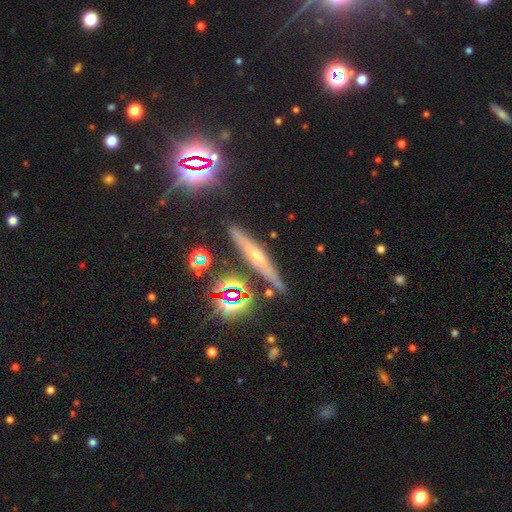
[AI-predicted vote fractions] A featured or disk galaxy (48%).

Vote fractions:
- Smooth or featured? featured or disk: 48% / smooth: 27% / star or artifact: 24%
- Merging? none: 82% / minor disturbance: 11% / merger: 4% / major disturbance: 3%